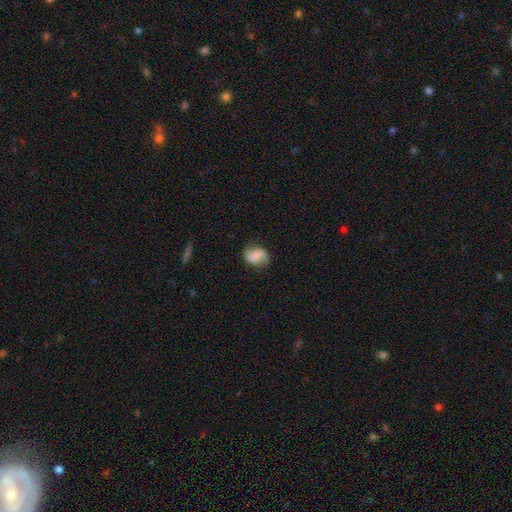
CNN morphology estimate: type=featured or disk (47%); merging=none (78%).